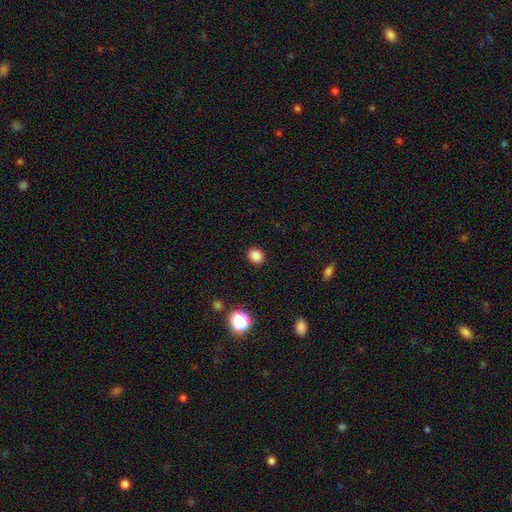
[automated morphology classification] Smooth or featured: smooth — 85% (star or artifact — 12%)
How rounded: round — 70% (in between — 29%)
Merging: none — 90% (minor disturbance — 6%)